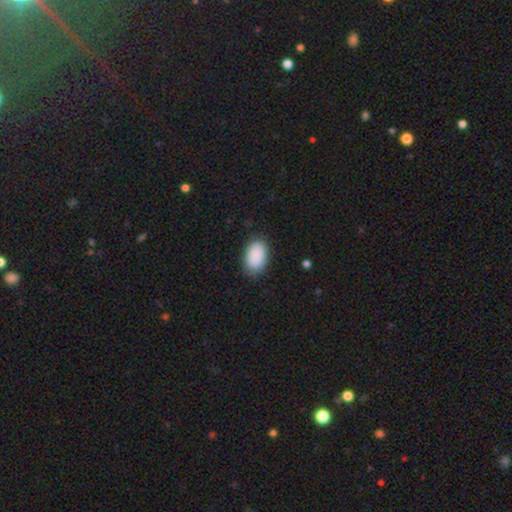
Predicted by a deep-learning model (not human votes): A smooth galaxy with no disk features (90%) that is in between round and cigar-shaped (92%). Merging: none (83%).